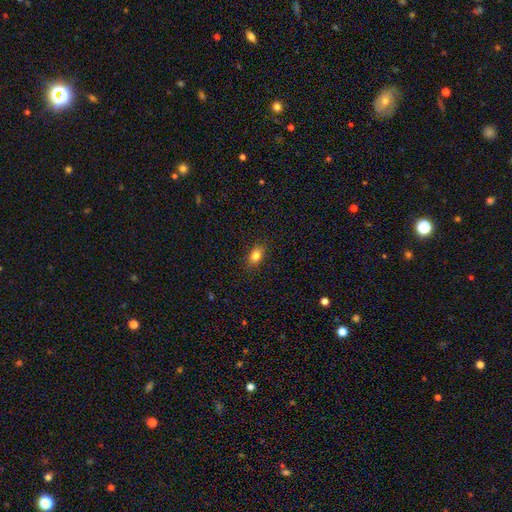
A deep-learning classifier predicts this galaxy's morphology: smooth-or-featured: smooth: 81% | star or artifact: 11% | featured or disk: 8%
  how-rounded: in between: 71% | round: 27% | cigar-shaped: 2%
  merging: none: 87% | minor disturbance: 10% | major disturbance: 2% | merger: 1%